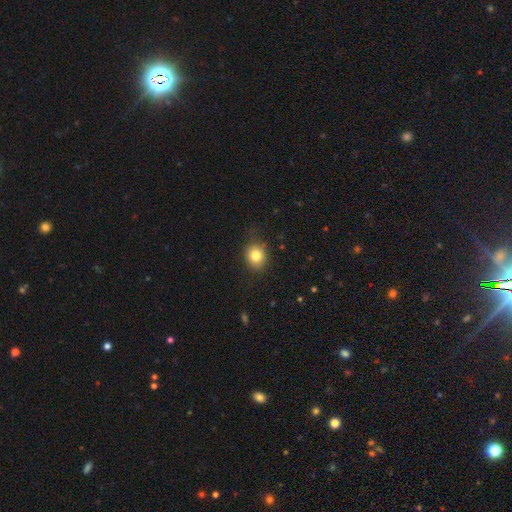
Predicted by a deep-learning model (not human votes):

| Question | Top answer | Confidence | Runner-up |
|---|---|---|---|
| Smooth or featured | smooth | 81% | star or artifact (11%) |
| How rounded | round | 72% | in between (28%) |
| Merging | none | 81% | minor disturbance (15%) |